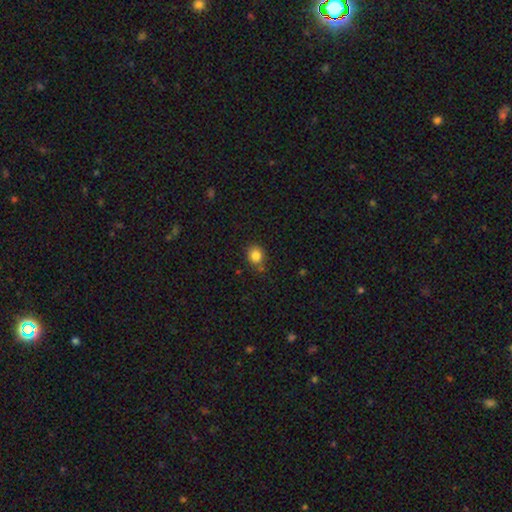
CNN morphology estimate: A smooth galaxy with no disk features (84%) that is round (75%).

Vote fractions:
- Smooth or featured? smooth: 84% / star or artifact: 11% / featured or disk: 5%
- How rounded? round: 75% / in between: 24% / cigar-shaped: 1%
- Merging? none: 76% / minor disturbance: 15% / merger: 6% / major disturbance: 3%